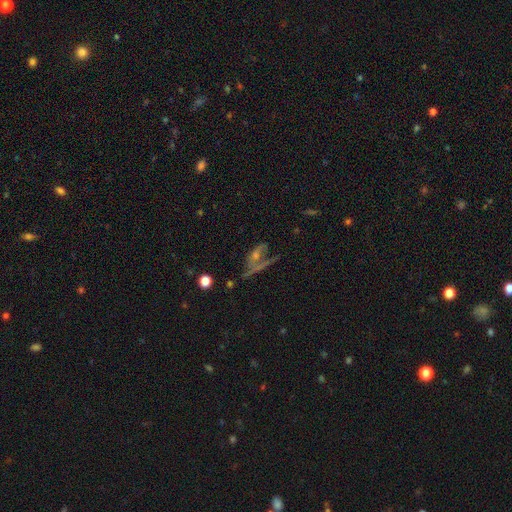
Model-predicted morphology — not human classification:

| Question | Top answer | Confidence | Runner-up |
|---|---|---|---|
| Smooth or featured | featured or disk | 54% | smooth (23%) |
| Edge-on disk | no | 85% | yes (15%) |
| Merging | major disturbance | 42% | none (31%) |